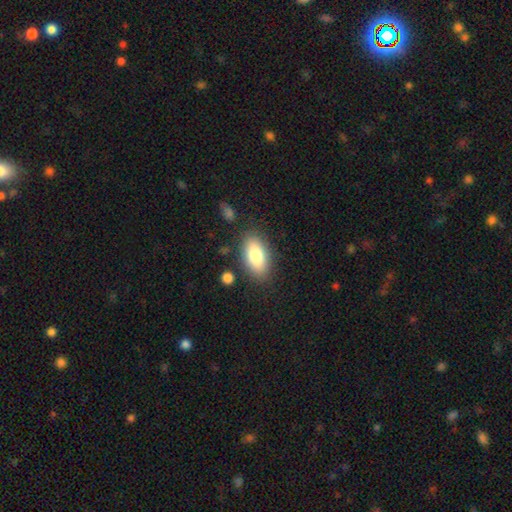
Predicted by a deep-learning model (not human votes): Smooth or featured? Predicted: smooth (p=0.80). How rounded? Predicted: in between (p=0.90). Merging? Predicted: none (p=0.82).